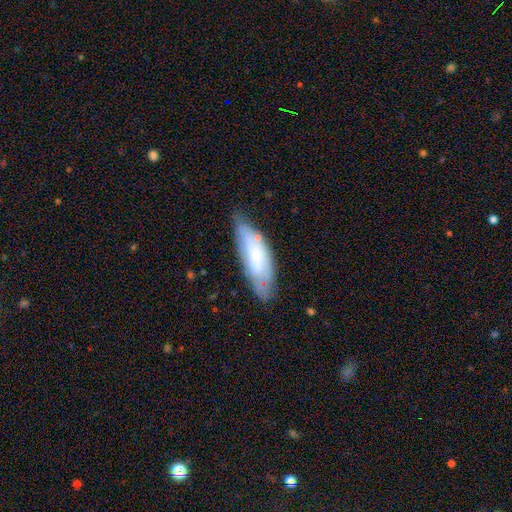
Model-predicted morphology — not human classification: type=featured or disk (50%); edge-on=no (73%); merging=none (66%).